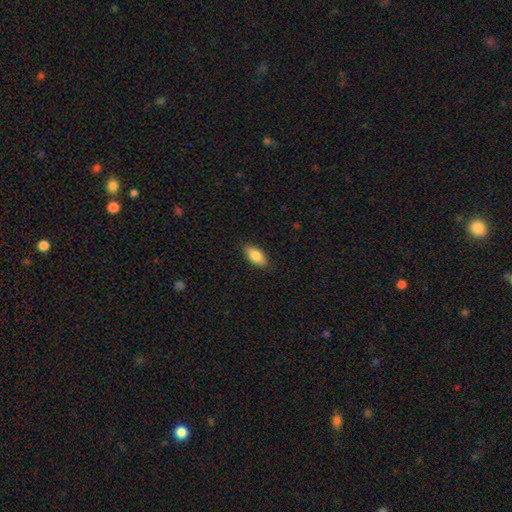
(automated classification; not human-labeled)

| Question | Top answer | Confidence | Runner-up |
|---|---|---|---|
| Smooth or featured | smooth | 85% | featured or disk (9%) |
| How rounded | in between | 91% | cigar-shaped (7%) |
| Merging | none | 86% | minor disturbance (10%) |